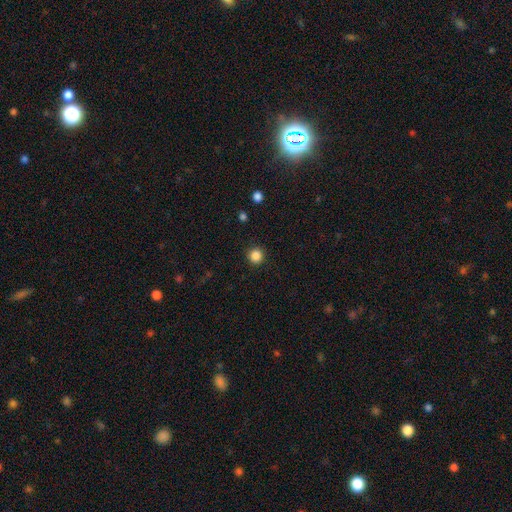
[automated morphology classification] A smooth galaxy with no disk features (86%) that is round (95%). Merging: none (92%).